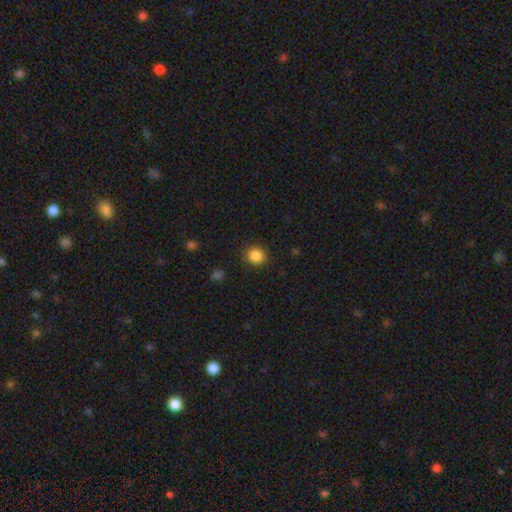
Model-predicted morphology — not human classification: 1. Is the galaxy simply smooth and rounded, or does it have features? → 86% smooth, 10% star or artifact, 4% featured or disk.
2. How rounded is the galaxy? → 80% round, 19% in between, 1% cigar-shaped.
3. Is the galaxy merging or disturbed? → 89% none, 7% minor disturbance, 2% major disturbance, 1% merger.